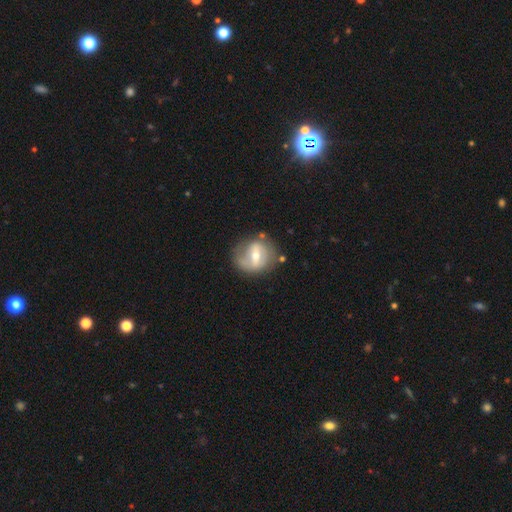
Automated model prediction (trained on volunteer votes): Smooth or featured? Predicted: featured or disk (p=0.60). Edge-on disk? Predicted: no (p=0.93). Bar? Predicted: strong (p=0.45). Spiral arms? Predicted: no (p=0.50, tied with yes). Bulge size? Predicted: moderate (p=0.64). Merging? Predicted: none (p=0.66).